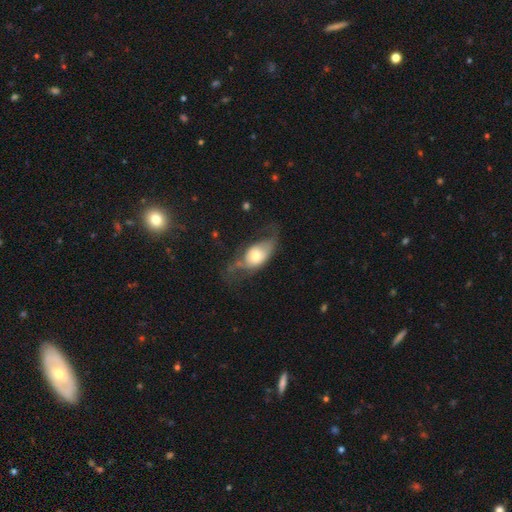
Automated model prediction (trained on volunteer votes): Smooth or featured: smooth — 50% (featured or disk — 43%)
How rounded: in between — 81% (round — 15%)
Merging: major disturbance — 36% (none — 35%)